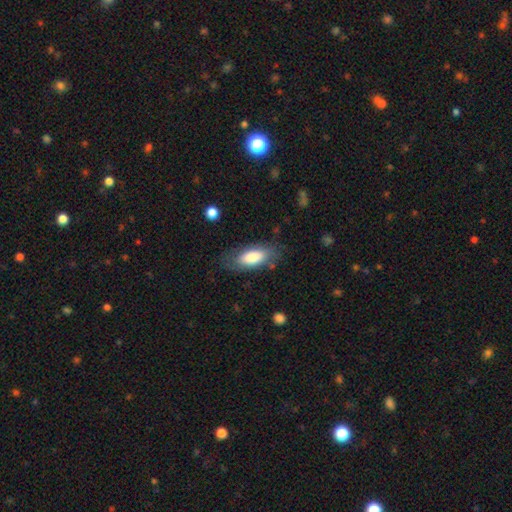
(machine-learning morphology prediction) smooth 78%, featured or disk 16%, star or artifact 6%. Down the decision tree: how rounded — in between (84%); merging — none (75%).